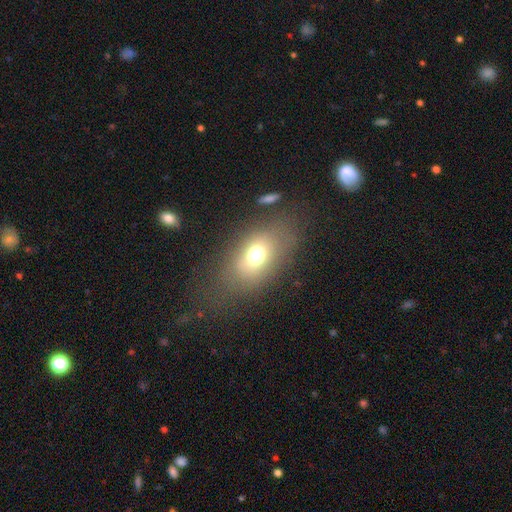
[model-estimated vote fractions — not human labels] Smooth or featured? smooth (66%)
How rounded? in between (73%)
Merging? none (65%)